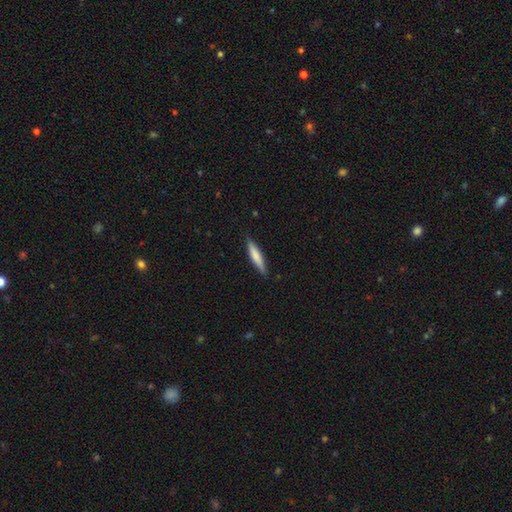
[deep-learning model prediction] Smooth or featured?
  - smooth: 69% *
  - featured or disk: 26%
  - star or artifact: 5%
How rounded?
  - cigar-shaped: 88% *
  - in between: 11%
  - round: 1%
Merging?
  - none: 87% *
  - minor disturbance: 10%
  - major disturbance: 2%
  - merger: 1%